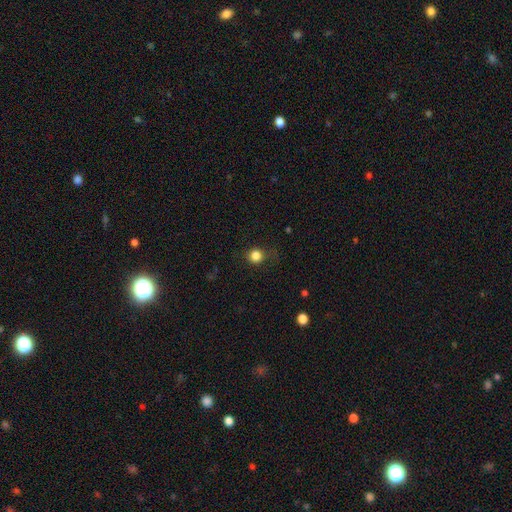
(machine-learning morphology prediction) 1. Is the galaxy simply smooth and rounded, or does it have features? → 83% smooth, 12% star or artifact, 5% featured or disk.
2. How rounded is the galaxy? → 87% round, 13% in between, 1% cigar-shaped.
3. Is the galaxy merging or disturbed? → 76% none, 16% minor disturbance, 7% major disturbance, 1% merger.